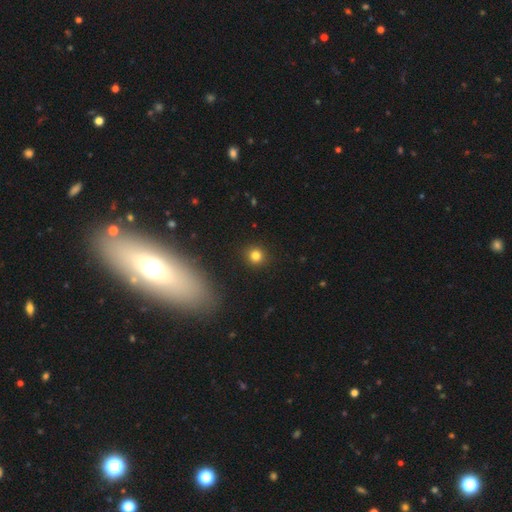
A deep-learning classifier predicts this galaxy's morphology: Smooth or featured? smooth (81%)
How rounded? round (91%)
Merging? none (92%)